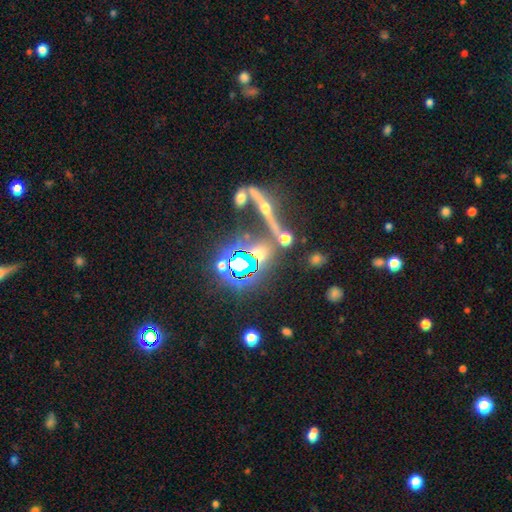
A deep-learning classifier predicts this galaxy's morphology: Overall: star or artifact (54%; smooth 26%).